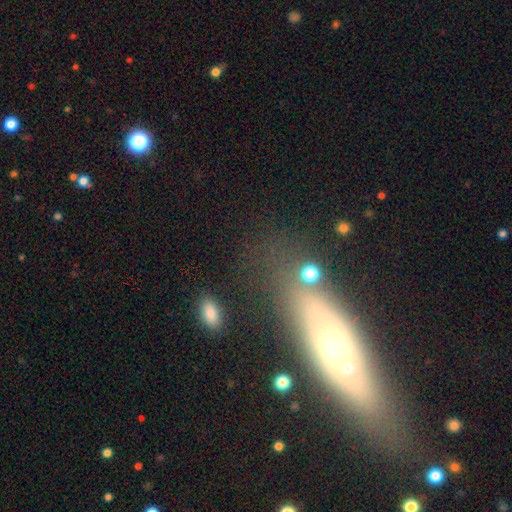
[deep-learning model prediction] Q: Smooth or featured?
A: featured or disk (50%); runner-up: smooth (35%)
Q: Merging?
A: none (67%); runner-up: minor disturbance (18%)